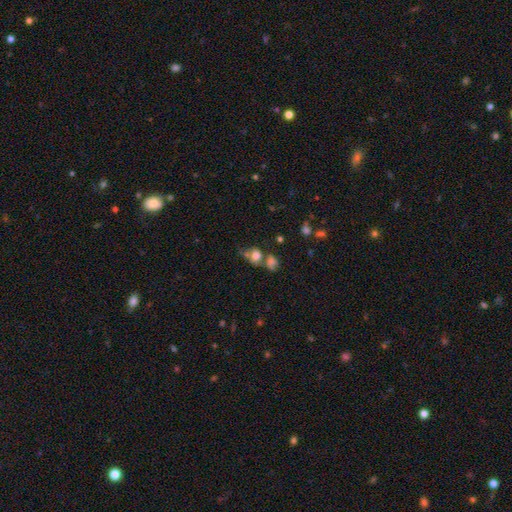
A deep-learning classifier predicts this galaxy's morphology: A smooth galaxy with no disk features (70%) that is round (64%). Merging: merger (41%).